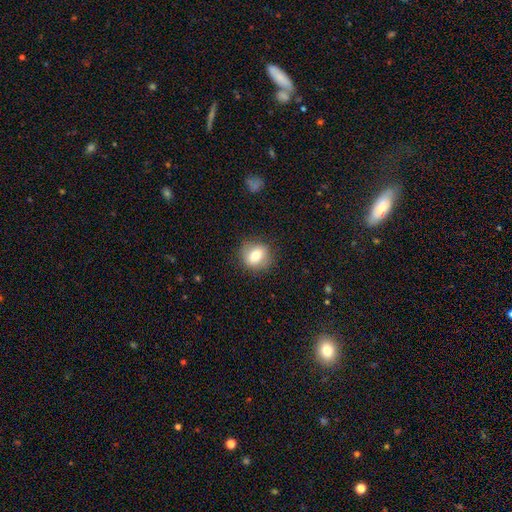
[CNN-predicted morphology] Smooth or featured? Predicted: smooth (p=0.75). How rounded? Predicted: round (p=0.72). Merging? Predicted: none (p=0.83).